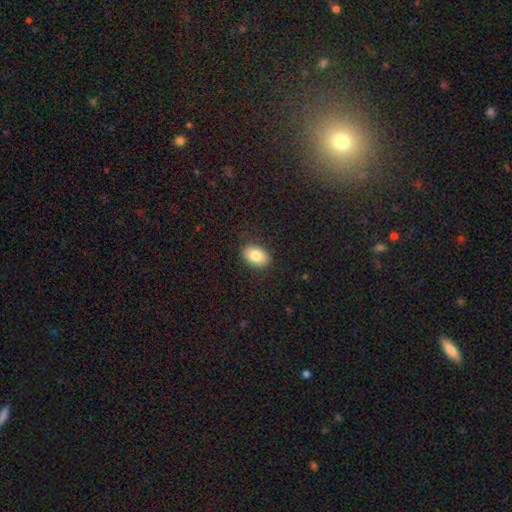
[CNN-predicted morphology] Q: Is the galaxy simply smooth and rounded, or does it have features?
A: smooth — 82%.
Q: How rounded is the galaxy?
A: in between — 84%.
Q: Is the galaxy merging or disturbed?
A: none — 87%.